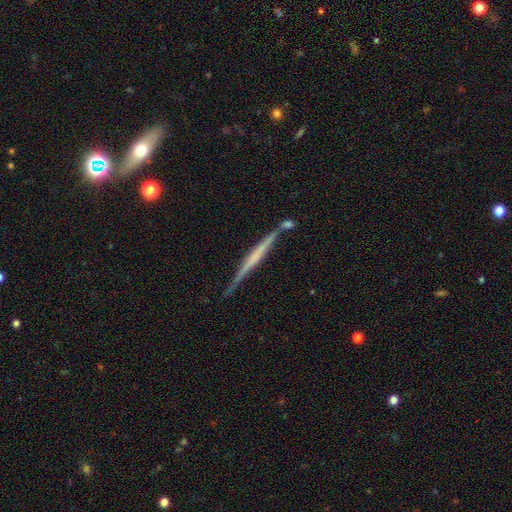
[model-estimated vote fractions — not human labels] smooth_or_featured: featured or disk (p=0.70) [alt: smooth p=0.24]
disk_edge_on: yes (p=0.97) [alt: no p=0.03]
edge_on_bulge: none (p=0.59) [alt: boxy p=0.21]
merging: none (p=0.78) [alt: minor disturbance p=0.12]